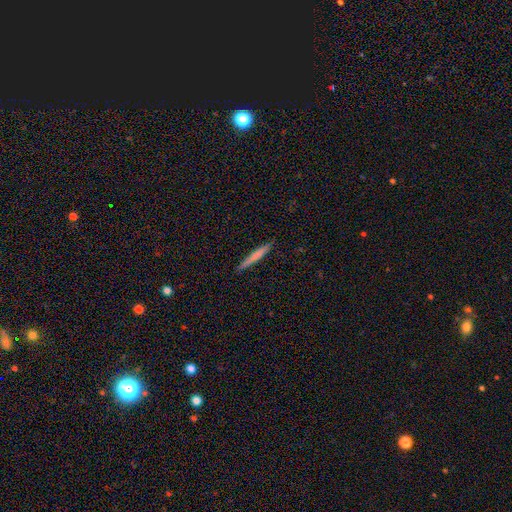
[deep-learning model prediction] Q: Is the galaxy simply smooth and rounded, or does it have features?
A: smooth — 68%.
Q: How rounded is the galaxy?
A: cigar-shaped — 96%.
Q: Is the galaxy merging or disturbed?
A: none — 90%.